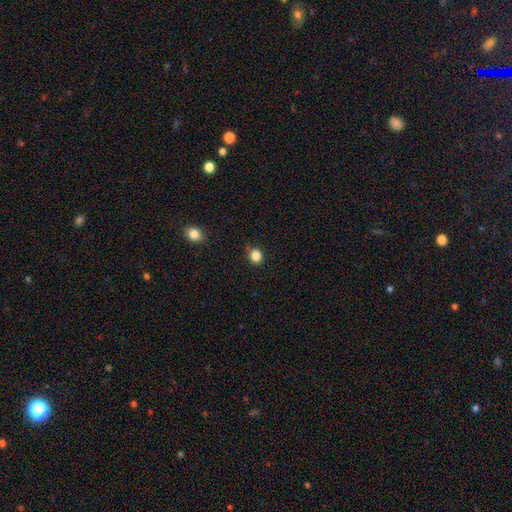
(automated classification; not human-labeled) A smooth galaxy with no disk features (84%) that is round (79%). Merging: none (83%).